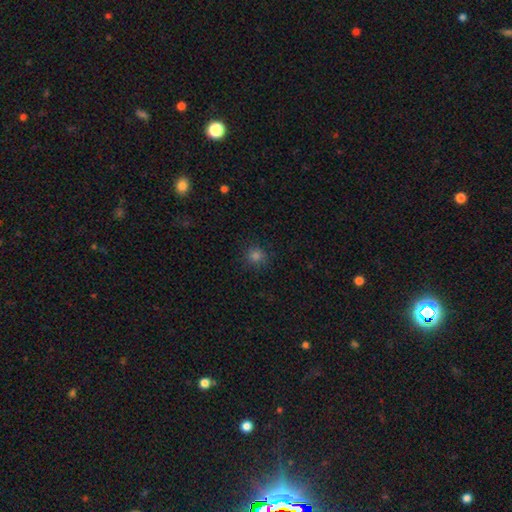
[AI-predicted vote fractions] Smooth or featured: smooth — 76% (star or artifact — 20%)
How rounded: round — 93% (in between — 6%)
Merging: none — 89% (minor disturbance — 8%)